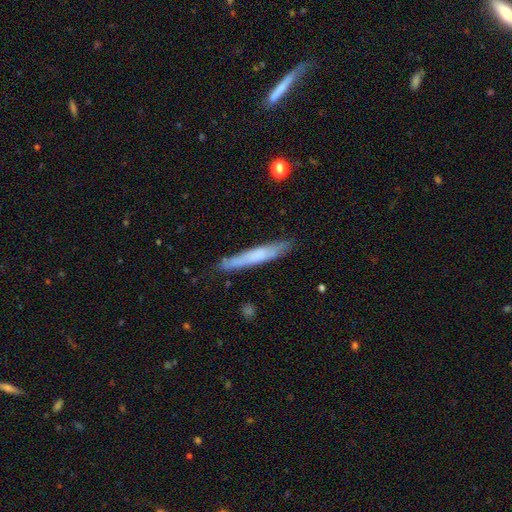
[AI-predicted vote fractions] Smooth or featured: smooth — 57% (featured or disk — 37%)
How rounded: cigar-shaped — 94% (in between — 4%)
Merging: none — 81% (minor disturbance — 14%)